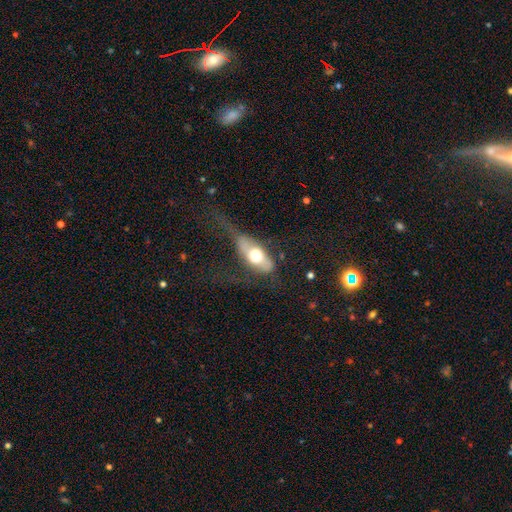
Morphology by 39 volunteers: Smooth or featured? smooth (49%)
How rounded? in between (63%)
Merging? none (54%)